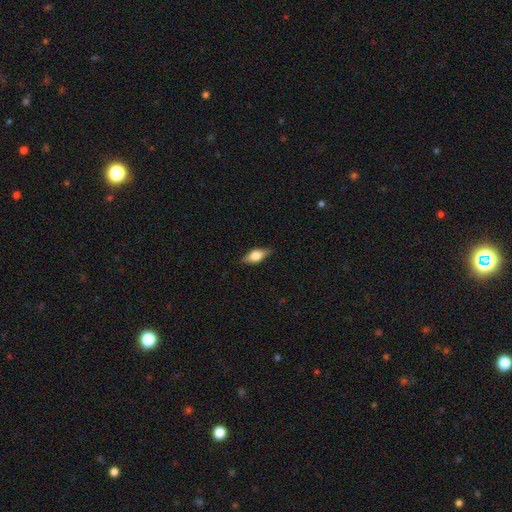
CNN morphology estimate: This is possibly a smooth galaxy (57%). How rounded: likely in between (76%). Merging: clearly none (85%).